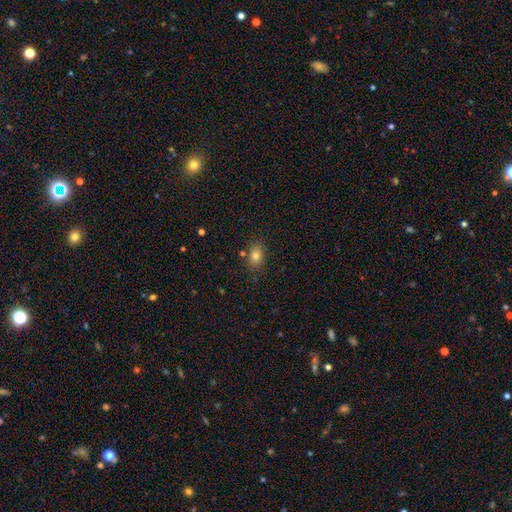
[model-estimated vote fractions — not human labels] Smooth or featured?
  - smooth: 79% *
  - star or artifact: 12%
  - featured or disk: 9%
How rounded?
  - in between: 74% *
  - round: 25%
  - cigar-shaped: 2%
Merging?
  - none: 82% *
  - minor disturbance: 12%
  - merger: 4%
  - major disturbance: 3%